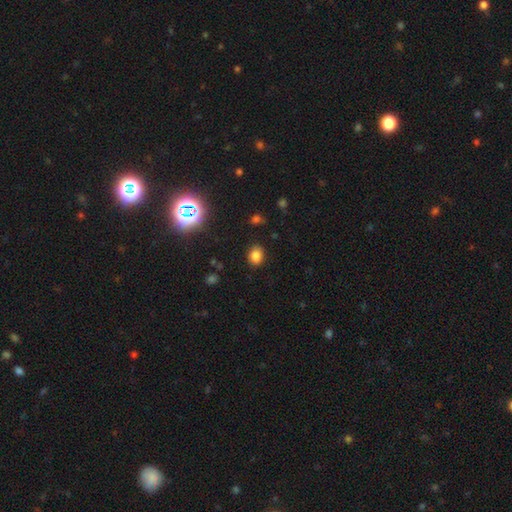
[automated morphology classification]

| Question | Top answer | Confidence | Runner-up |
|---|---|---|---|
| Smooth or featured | smooth | 80% | star or artifact (14%) |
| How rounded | in between | 56% | round (43%) |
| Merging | none | 86% | minor disturbance (9%) |